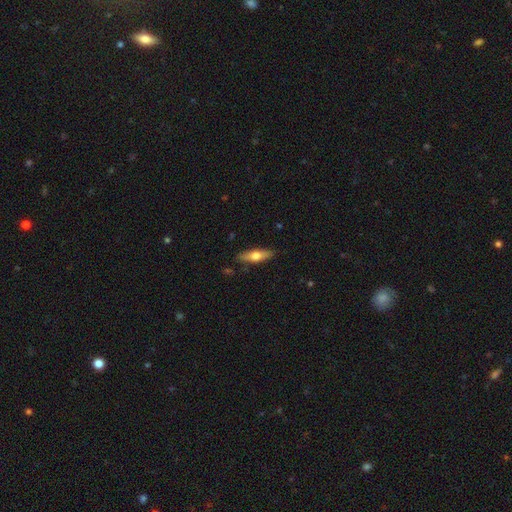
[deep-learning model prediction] Smooth or featured: smooth — 52% (featured or disk — 42%)
How rounded: cigar-shaped — 61% (in between — 36%)
Merging: none — 85% (minor disturbance — 11%)